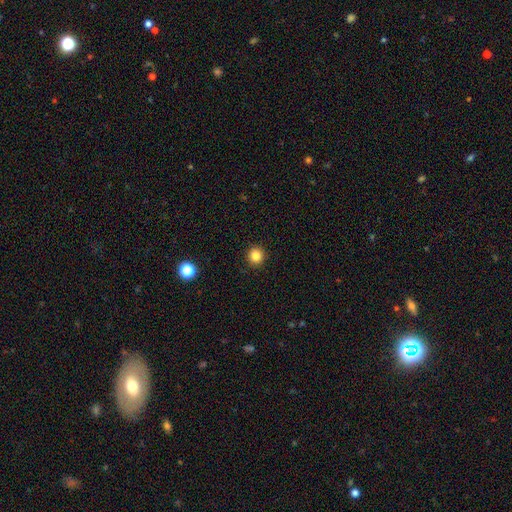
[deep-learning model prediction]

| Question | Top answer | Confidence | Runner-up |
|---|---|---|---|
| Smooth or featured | smooth | 83% | star or artifact (12%) |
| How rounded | round | 92% | in between (7%) |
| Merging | none | 92% | minor disturbance (5%) |